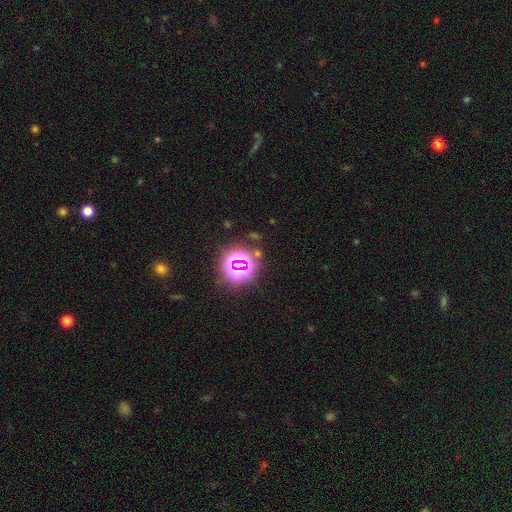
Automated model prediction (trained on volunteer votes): Smooth or featured? Predicted: star or artifact (p=0.73).